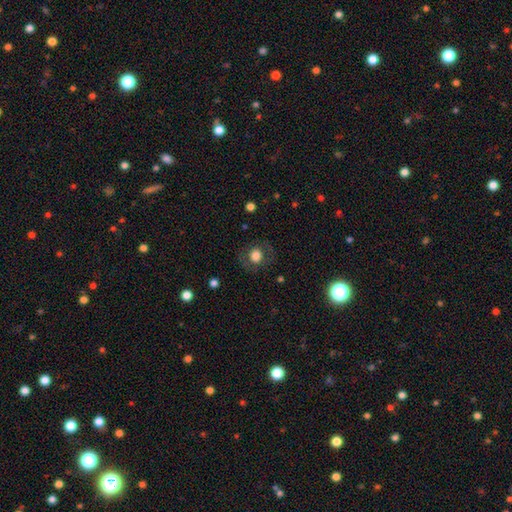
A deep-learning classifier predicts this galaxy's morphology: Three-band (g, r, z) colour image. It shows a smooth galaxy with no disk features (68%) that is round (78%). Merging: none (79%).